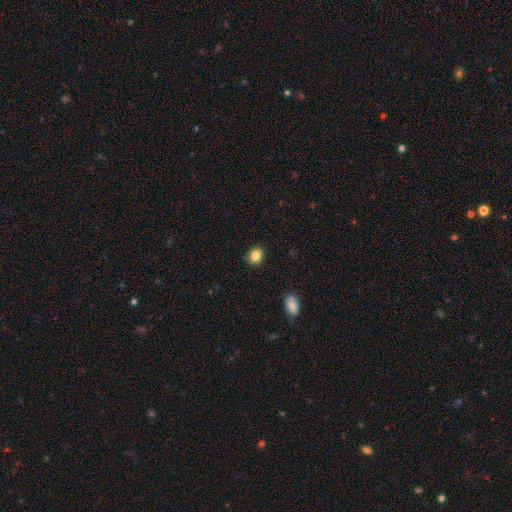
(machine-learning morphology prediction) This appears to be a smooth galaxy with no disk features (85%) that is in between round and cigar-shaped (52%). Merging: none (86%).